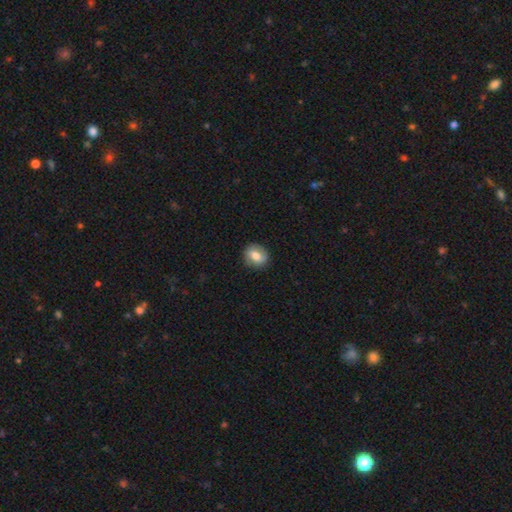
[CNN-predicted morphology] Smooth or featured: smooth — 64% (featured or disk — 28%)
How rounded: round — 62% (in between — 37%)
Merging: none — 85% (minor disturbance — 11%)